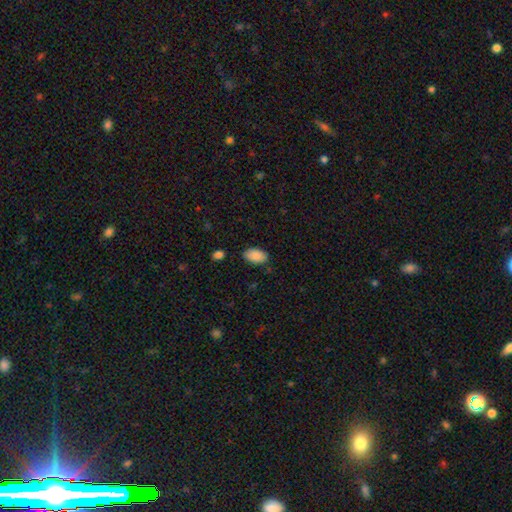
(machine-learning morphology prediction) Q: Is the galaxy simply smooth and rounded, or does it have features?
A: smooth — 88%.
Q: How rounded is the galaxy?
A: in between — 94%.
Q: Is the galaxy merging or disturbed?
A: none — 84%.